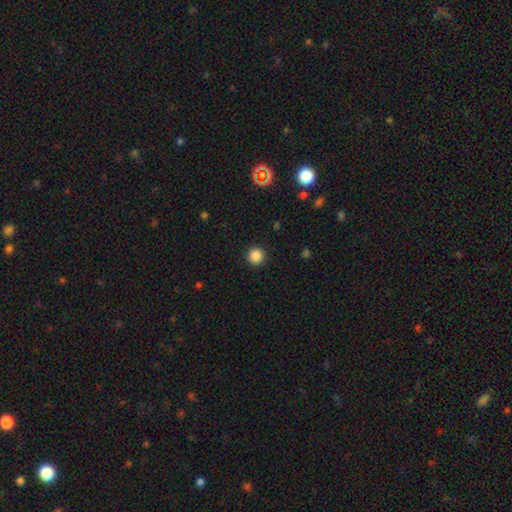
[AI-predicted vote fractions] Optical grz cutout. It shows a smooth galaxy with no disk features (86%) that is round (96%). Merging: none (92%).